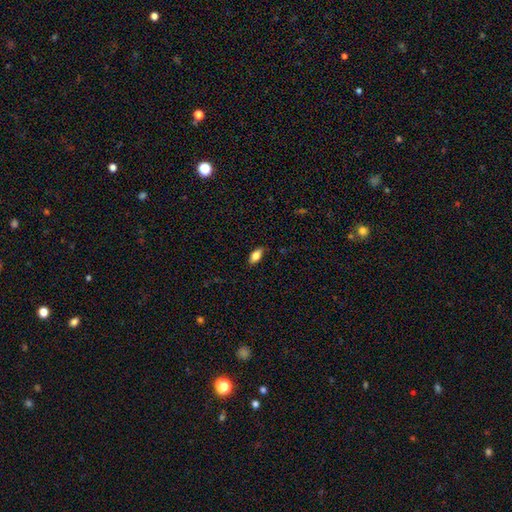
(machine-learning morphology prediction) Smooth or featured: smooth — 78% (featured or disk — 15%)
How rounded: in between — 87% (cigar-shaped — 10%)
Merging: none — 85% (minor disturbance — 12%)